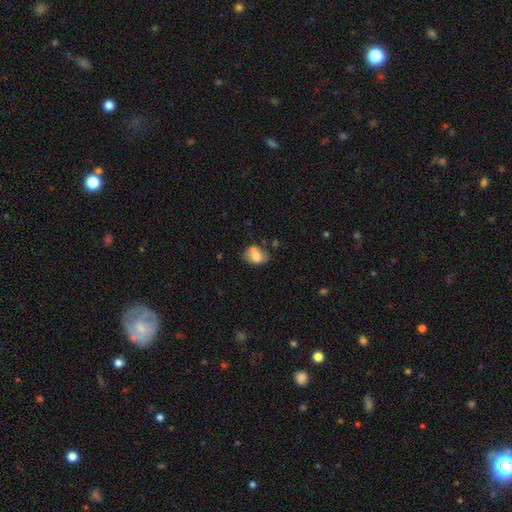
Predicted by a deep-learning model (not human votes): The model was most divided on "merging": none: 52%, minor disturbance: 24%, merger: 16%, major disturbance: 8%. More confident: how rounded — in between (74%); smooth or featured — smooth (65%).